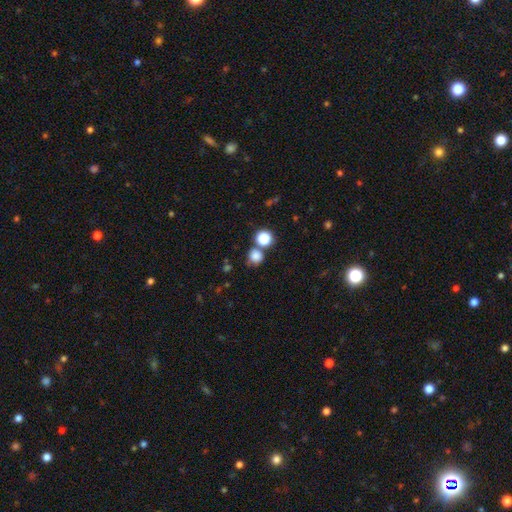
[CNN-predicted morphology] Overall: smooth (79%). How rounded: round (86%). Merging: none (61%; merger 23%).